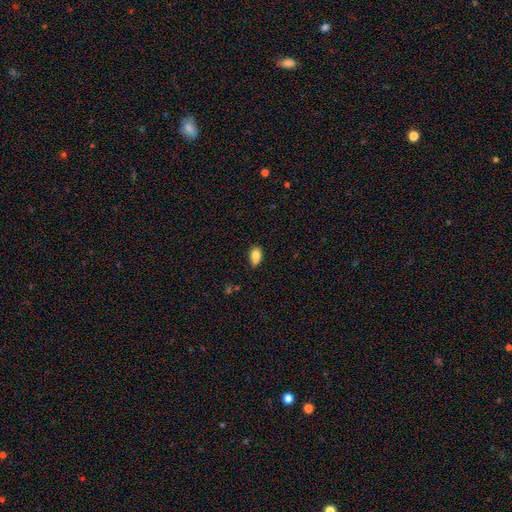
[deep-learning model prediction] Smooth or featured: smooth — 82% (star or artifact — 10%)
How rounded: in between — 85% (round — 11%)
Merging: none — 50% (minor disturbance — 36%)